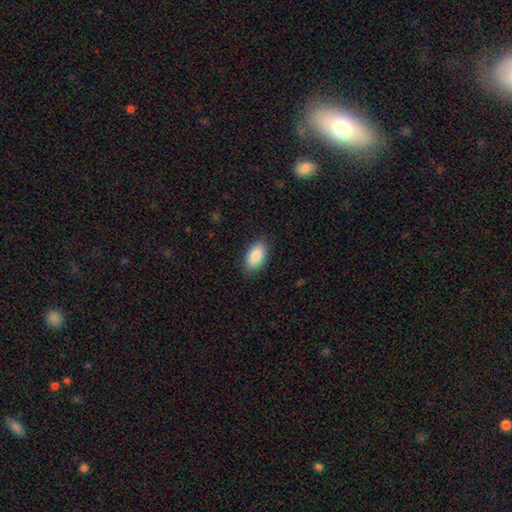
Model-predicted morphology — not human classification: Smooth or featured: smooth — 89% (star or artifact — 6%)
How rounded: in between — 94% (round — 3%)
Merging: none — 87% (minor disturbance — 10%)